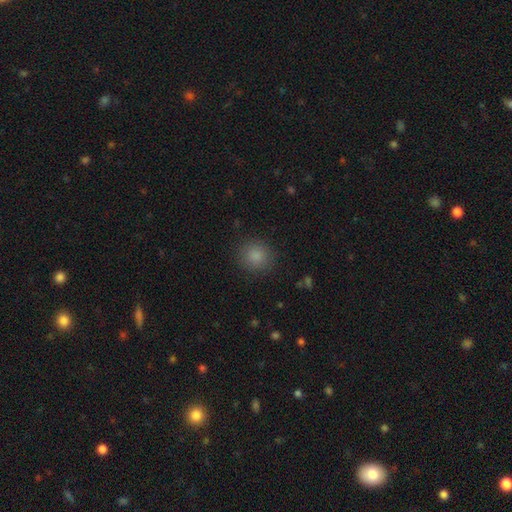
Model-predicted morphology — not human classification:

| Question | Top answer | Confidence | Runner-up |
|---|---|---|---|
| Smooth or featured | smooth | 85% | star or artifact (11%) |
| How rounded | round | 90% | in between (9%) |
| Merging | none | 88% | minor disturbance (8%) |